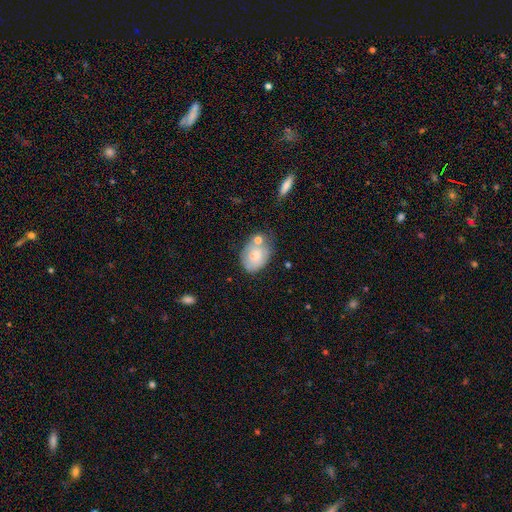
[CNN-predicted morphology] The model was most divided on "merging": none: 47%, minor disturbance: 26%, merger: 19%, major disturbance: 8%. More confident: how rounded — in between (78%); smooth or featured — smooth (68%).